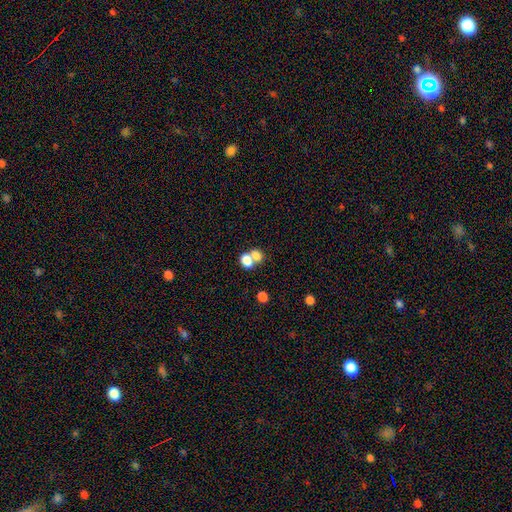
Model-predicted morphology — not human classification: The model was most divided on "merging": merger: 60%, none: 30%, minor disturbance: 7%, major disturbance: 4%. More confident: smooth or featured — smooth (77%); how rounded — in between (66%).